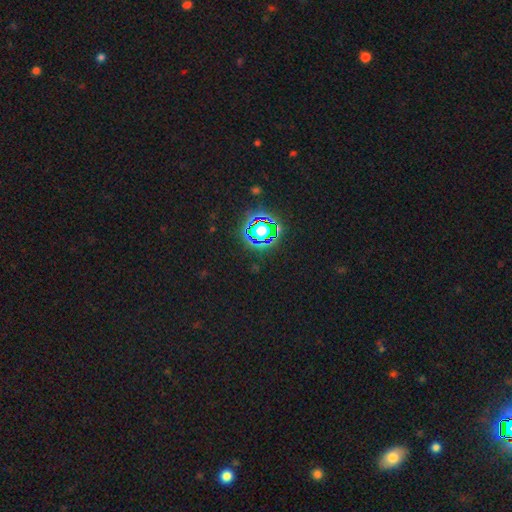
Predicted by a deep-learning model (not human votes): Overall: star or artifact (81%).